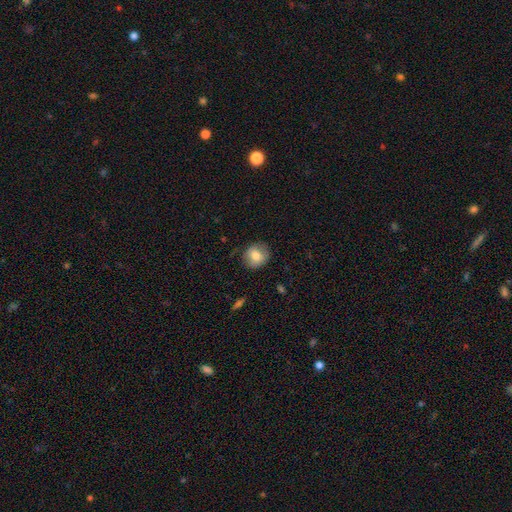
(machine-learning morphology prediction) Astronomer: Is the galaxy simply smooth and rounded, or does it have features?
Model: smooth — 75%.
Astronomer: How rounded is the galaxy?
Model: round — 74%.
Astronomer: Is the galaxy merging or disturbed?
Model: none — 81%.